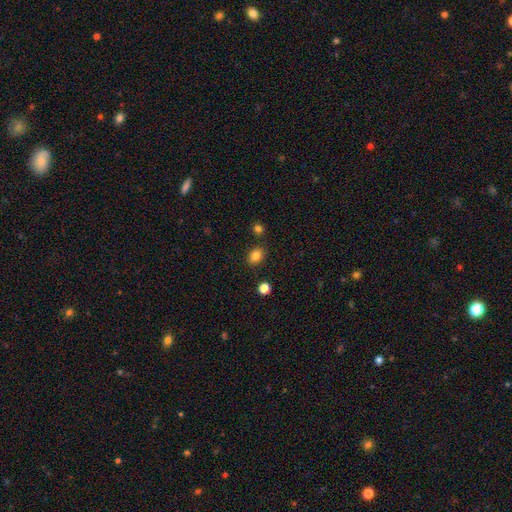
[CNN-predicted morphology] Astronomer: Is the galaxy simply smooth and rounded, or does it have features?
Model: smooth — 83%.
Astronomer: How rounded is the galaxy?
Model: in between — 73%.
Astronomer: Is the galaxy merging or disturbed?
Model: none — 82%.